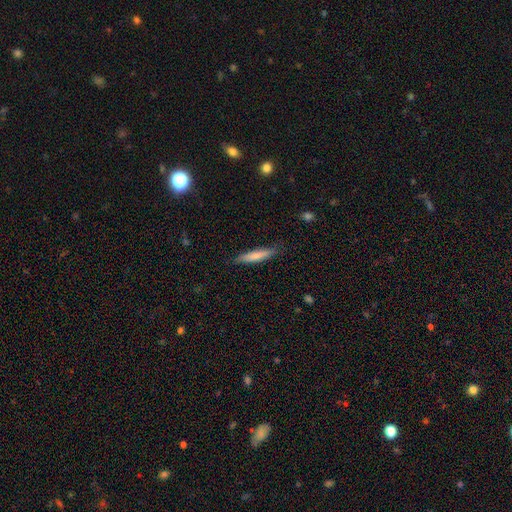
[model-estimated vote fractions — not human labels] Smooth or featured?
  - smooth: 74% *
  - featured or disk: 20%
  - star or artifact: 6%
How rounded?
  - cigar-shaped: 89% *
  - in between: 10%
  - round: 1%
Merging?
  - none: 84% *
  - minor disturbance: 13%
  - major disturbance: 2%
  - merger: 1%